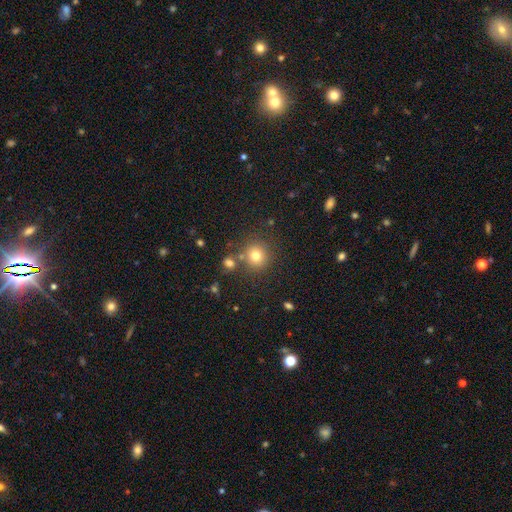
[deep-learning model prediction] smooth_or_featured: smooth (p=0.77) [alt: star or artifact p=0.15]
how_rounded: round (p=0.90) [alt: in between p=0.09]
merging: none (p=0.77) [alt: merger p=0.10]